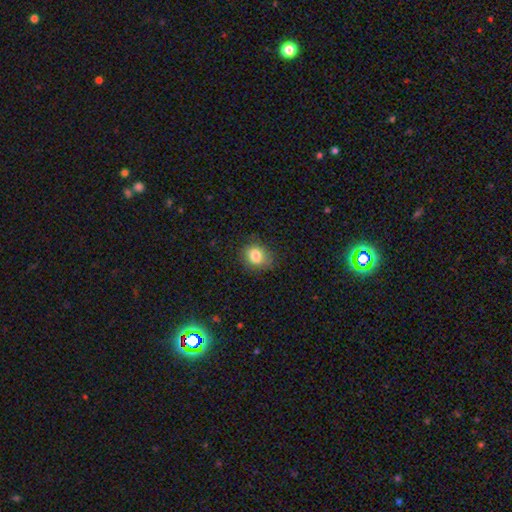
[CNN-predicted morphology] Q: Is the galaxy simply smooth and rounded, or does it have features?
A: smooth — 83%.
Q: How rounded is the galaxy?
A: round — 62%.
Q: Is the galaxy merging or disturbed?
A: none — 81%.